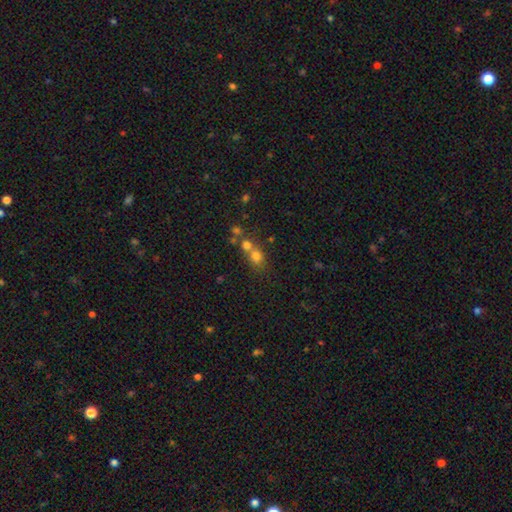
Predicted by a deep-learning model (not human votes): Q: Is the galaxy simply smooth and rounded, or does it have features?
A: smooth — 67%.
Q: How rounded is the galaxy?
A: round — 70%.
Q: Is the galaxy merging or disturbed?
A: merger — 53%.